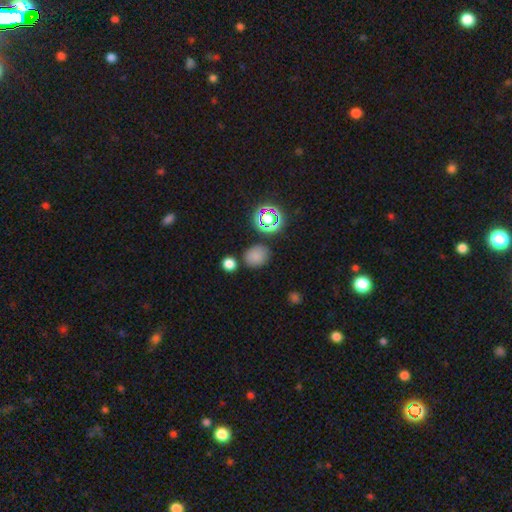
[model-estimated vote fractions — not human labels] Smooth or featured? smooth (76%)
How rounded? round (57%)
Merging? none (76%)